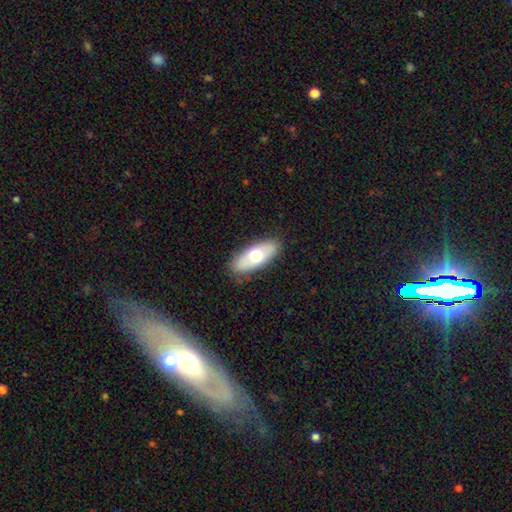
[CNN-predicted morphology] This is likely a smooth galaxy (61%). How rounded: likely in between (80%). Merging: clearly none (85%).